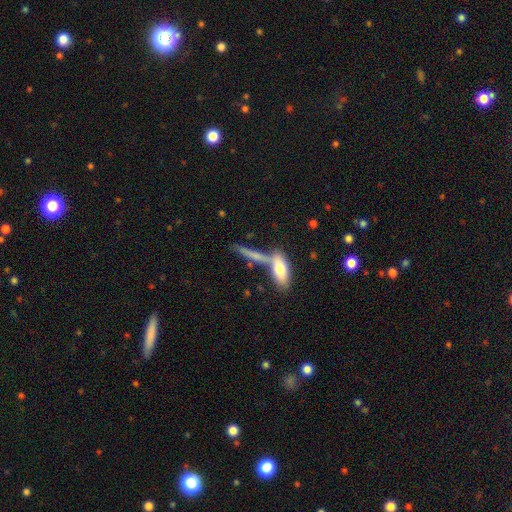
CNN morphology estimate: A smooth galaxy with no disk features (61%) that is cigar-shaped (71%).

Vote fractions:
- Smooth or featured? smooth: 61% / featured or disk: 31% / star or artifact: 8%
- How rounded? cigar-shaped: 71% / in between: 26% / round: 3%
- Merging? none: 45% / merger: 37% / minor disturbance: 12% / major disturbance: 6%